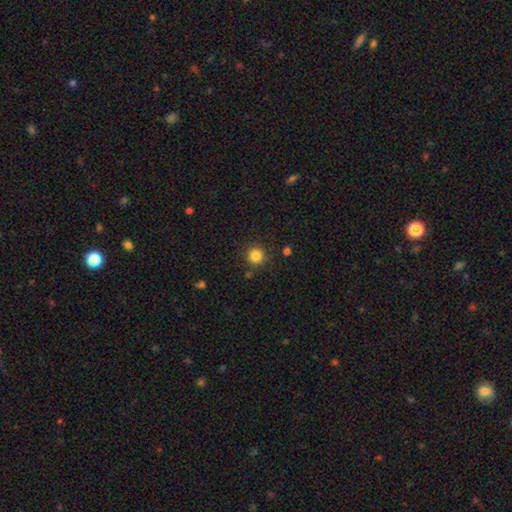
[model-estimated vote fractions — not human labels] smooth-or-featured: smooth: 84% | star or artifact: 12% | featured or disk: 4%
  how-rounded: round: 94% | in between: 5% | cigar-shaped: 1%
  merging: none: 88% | minor disturbance: 7% | major disturbance: 2% | merger: 2%